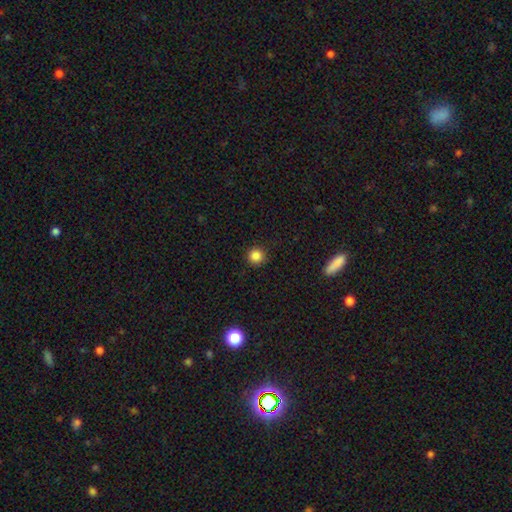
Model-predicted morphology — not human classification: Smooth or featured: smooth — 85% (star or artifact — 12%)
How rounded: round — 95% (in between — 4%)
Merging: none — 91% (minor disturbance — 6%)